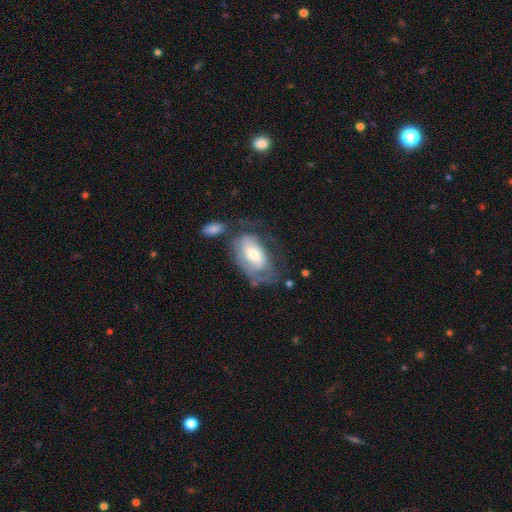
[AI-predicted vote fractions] Morphology: type=featured or disk (53%); edge-on=no (92%); merging=none (39%).